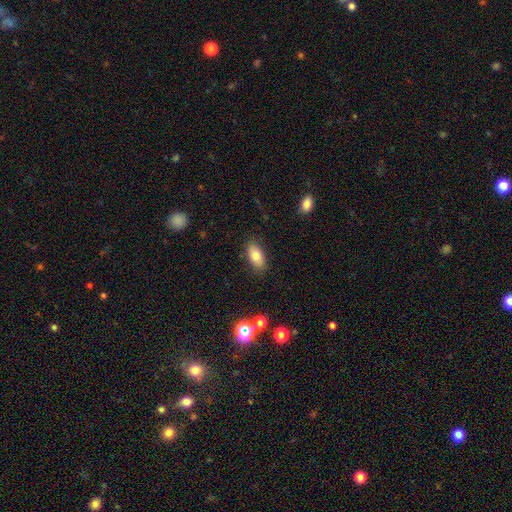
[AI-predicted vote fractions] A smooth galaxy with no disk features (78%) that is in between round and cigar-shaped (89%).

Vote fractions:
- Smooth or featured? smooth: 78% / featured or disk: 13% / star or artifact: 9%
- How rounded? in between: 89% / cigar-shaped: 6% / round: 5%
- Merging? none: 86% / minor disturbance: 10% / major disturbance: 3% / merger: 1%